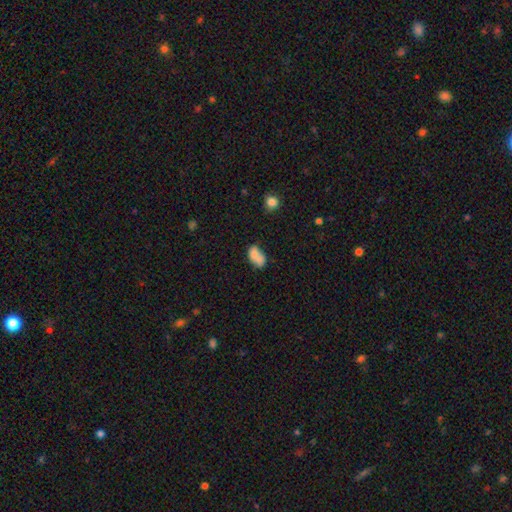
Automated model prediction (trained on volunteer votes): Smooth or featured? smooth (75%)
How rounded? in between (87%)
Merging? none (35%)